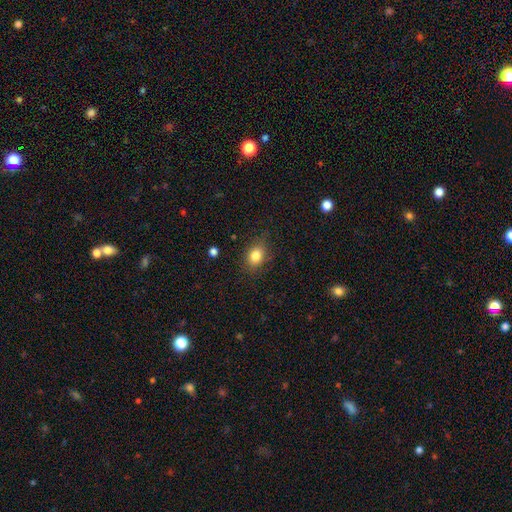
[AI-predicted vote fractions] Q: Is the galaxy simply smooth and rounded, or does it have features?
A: smooth — 82%.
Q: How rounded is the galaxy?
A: in between — 58%.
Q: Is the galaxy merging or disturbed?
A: none — 82%.